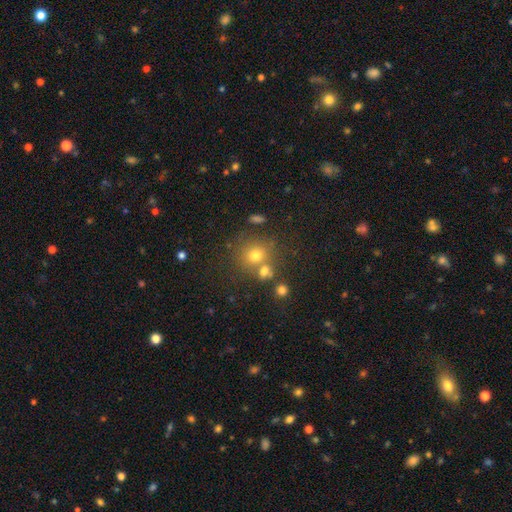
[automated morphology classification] A smooth galaxy with no disk features (71%) that is round (84%). Merging: none (61%).